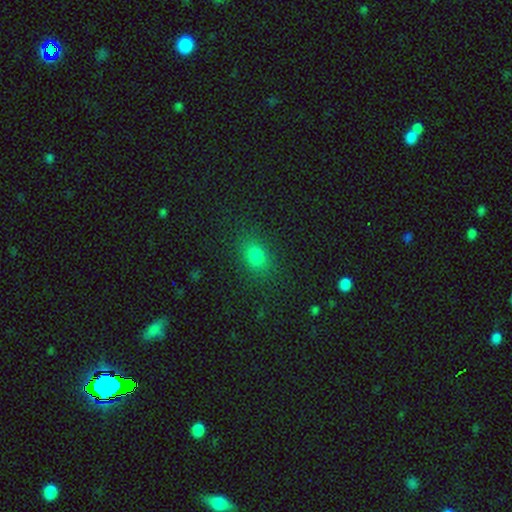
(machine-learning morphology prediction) Overall: smooth (80%). How rounded: in between (65%; round 33%). Merging: none (84%).